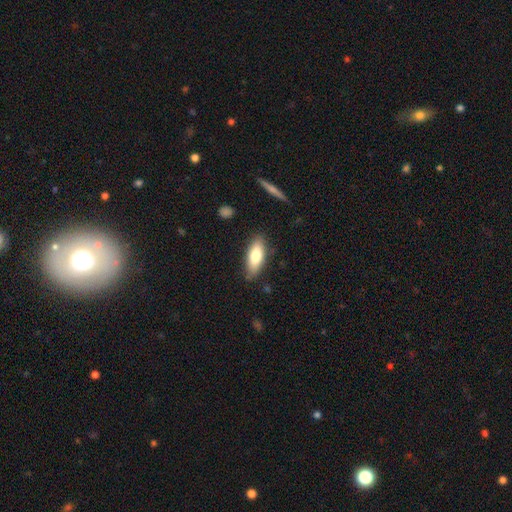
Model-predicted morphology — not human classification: smooth 77%, featured or disk 17%, star or artifact 6%. Down the decision tree: how rounded — in between (74%); merging — none (83%).